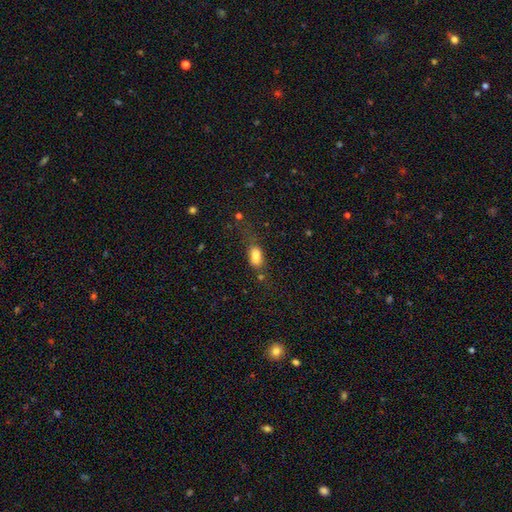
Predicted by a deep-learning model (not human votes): Smooth or featured: smooth — 78% (star or artifact — 11%)
How rounded: in between — 81% (cigar-shaped — 12%)
Merging: none — 41% (minor disturbance — 27%)